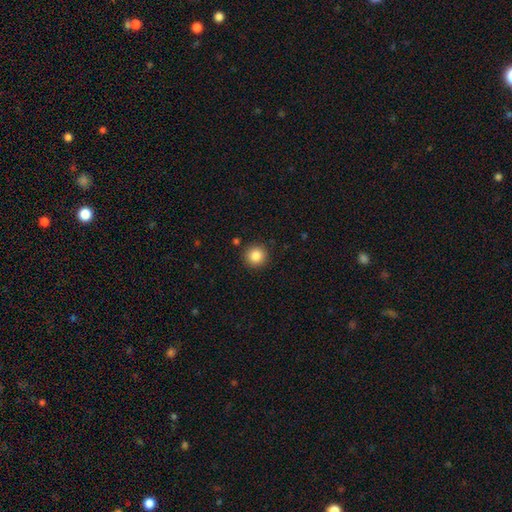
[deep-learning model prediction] Smooth or featured: smooth — 86% (star or artifact — 10%)
How rounded: round — 95% (in between — 4%)
Merging: none — 91% (minor disturbance — 6%)